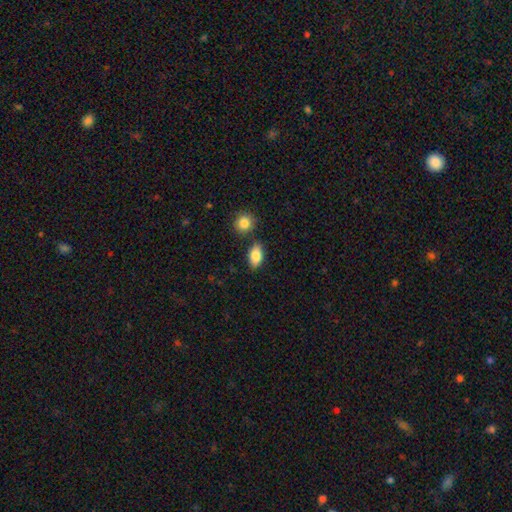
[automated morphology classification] A smooth galaxy with no disk features (85%) that is in between round and cigar-shaped (89%). Merging: none (77%).